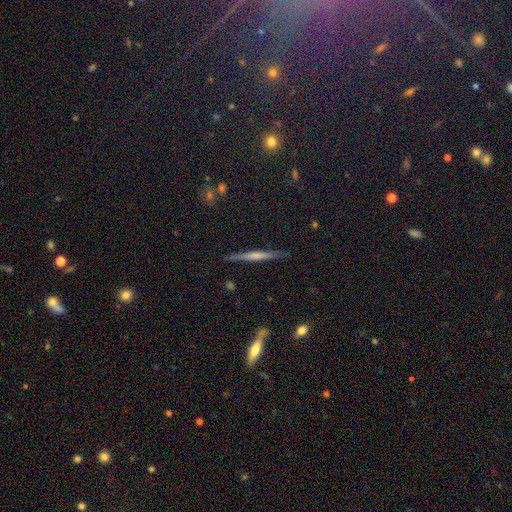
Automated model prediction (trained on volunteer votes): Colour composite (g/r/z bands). It shows a featured or disk galaxy (59%) viewed edge-on (97%) with no central bulge (44%). Merging: none (89%).